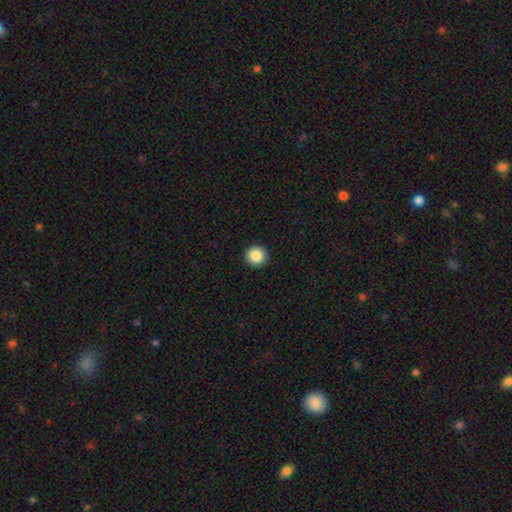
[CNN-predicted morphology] Smooth or featured? Predicted: smooth (p=0.87). How rounded? Predicted: round (p=0.95). Merging? Predicted: none (p=0.94).